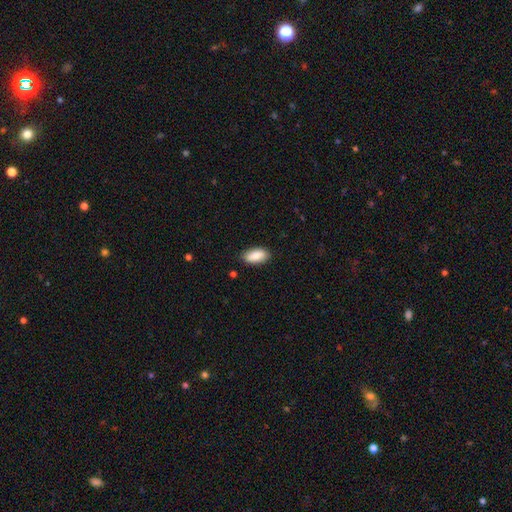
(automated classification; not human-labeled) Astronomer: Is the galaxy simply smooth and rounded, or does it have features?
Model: smooth — 85%.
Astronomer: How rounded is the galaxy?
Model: in between — 92%.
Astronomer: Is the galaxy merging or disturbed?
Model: none — 85%.